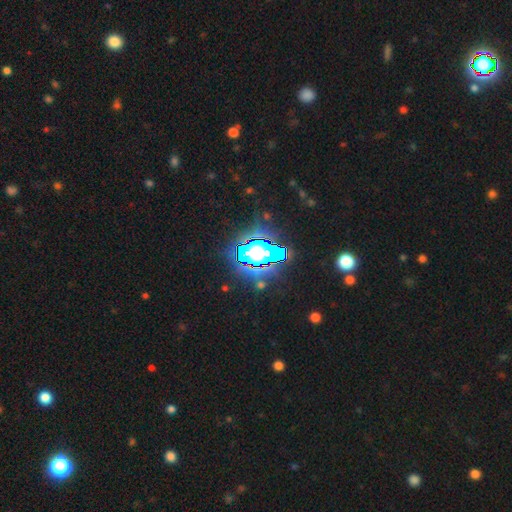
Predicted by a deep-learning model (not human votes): smooth-or-featured: star or artifact: 75% | smooth: 13% | featured or disk: 12%